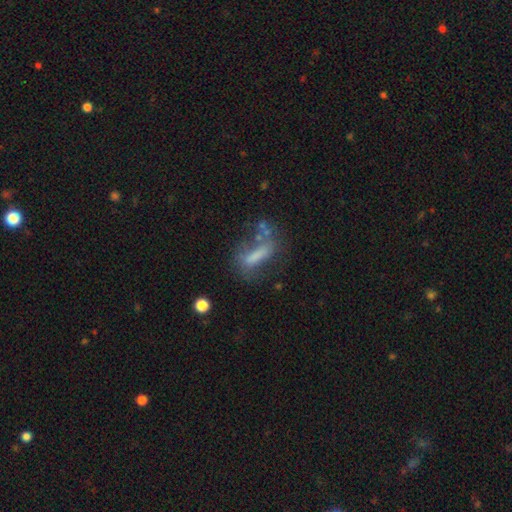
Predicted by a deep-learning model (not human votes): This is possibly a smooth galaxy (52%). How rounded: possibly cigar-shaped (54%). Merging: marginally none (40%).